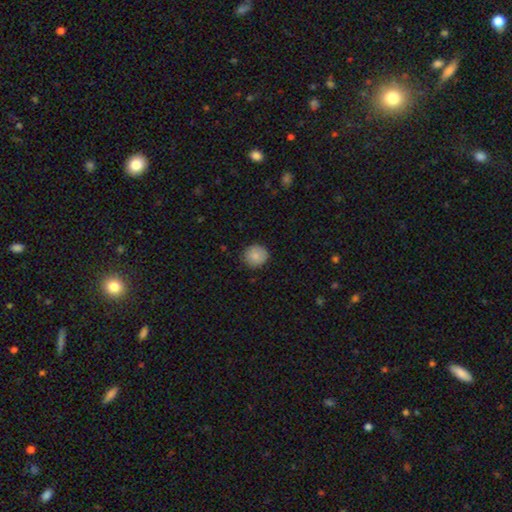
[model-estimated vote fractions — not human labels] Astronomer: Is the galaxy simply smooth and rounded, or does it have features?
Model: smooth — 85%.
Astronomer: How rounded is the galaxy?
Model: round — 91%.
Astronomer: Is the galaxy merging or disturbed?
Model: none — 88%.